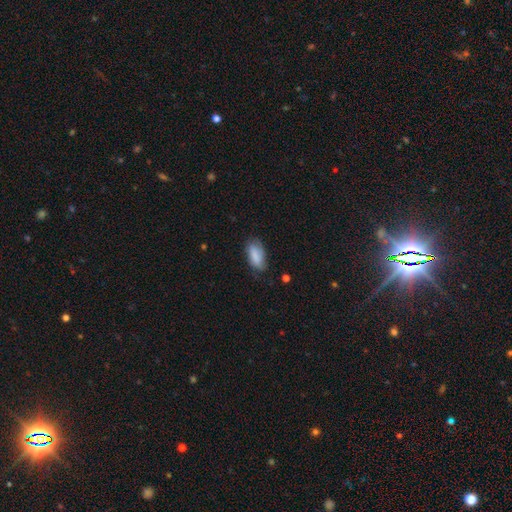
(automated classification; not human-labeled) smooth 83%, featured or disk 11%, star or artifact 7%. Down the decision tree: how rounded — in between (91%); merging — none (64%).